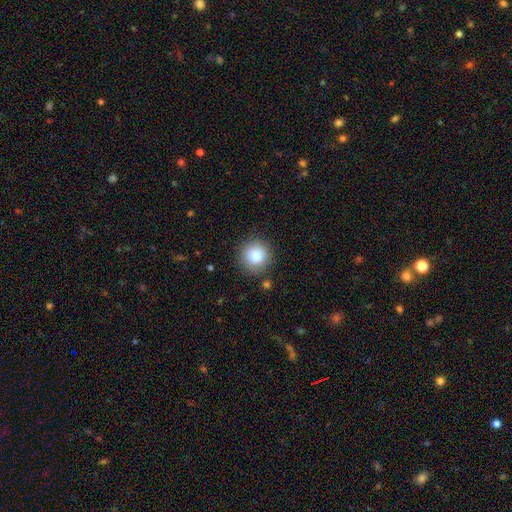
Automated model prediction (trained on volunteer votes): Morphology: type=smooth (83%); roundness=round (94%); merging=none (87%).